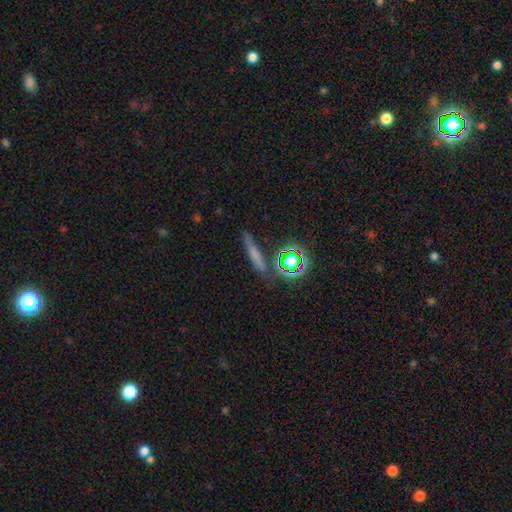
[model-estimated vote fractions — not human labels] Morphology: type=smooth (55%); roundness=cigar-shaped (80%); merging=none (79%).